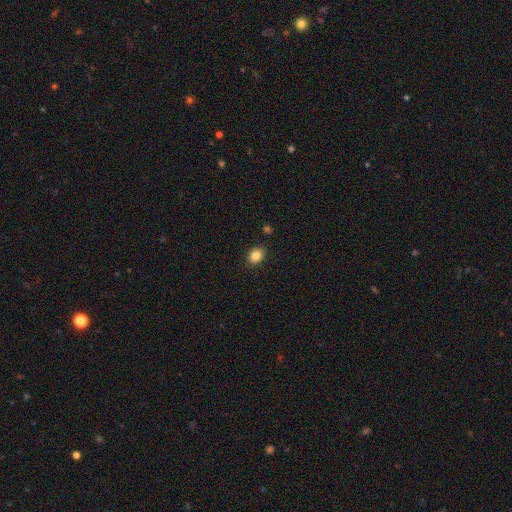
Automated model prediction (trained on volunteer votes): Smooth or featured?
  - smooth: 85% *
  - star or artifact: 10%
  - featured or disk: 5%
How rounded?
  - in between: 59% *
  - round: 41%
  - cigar-shaped: 1%
Merging?
  - none: 88% *
  - minor disturbance: 8%
  - major disturbance: 2%
  - merger: 2%